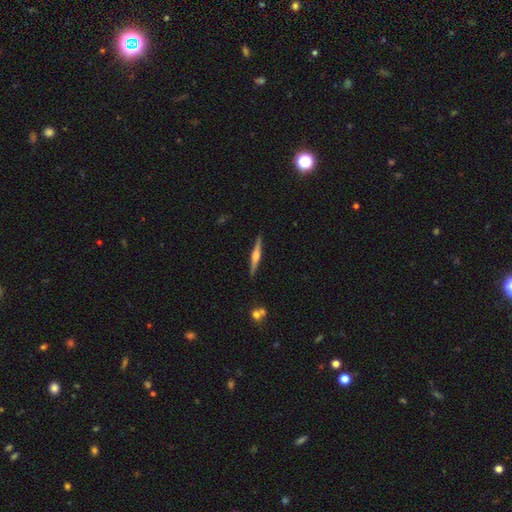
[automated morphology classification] type=featured or disk (73%); edge-on=yes (98%); edge-on bulge=rounded (81%); merging=none (90%).